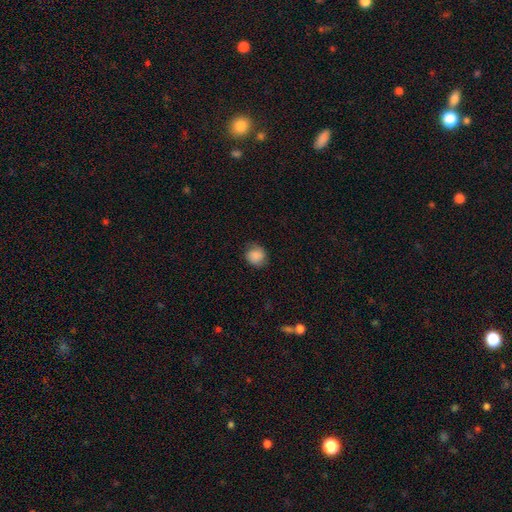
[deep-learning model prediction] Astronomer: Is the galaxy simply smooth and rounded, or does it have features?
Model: smooth — 84%.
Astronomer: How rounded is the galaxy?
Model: round — 79%.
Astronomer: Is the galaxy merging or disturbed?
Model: none — 77%.